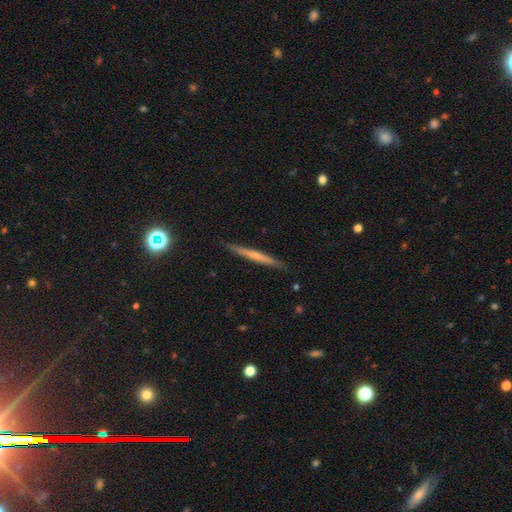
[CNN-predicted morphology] This is possibly a featured or disk galaxy (53%). It is clearly viewed edge-on (96%). Edge-on bulge: possibly none (59%). Merging: clearly none (89%).